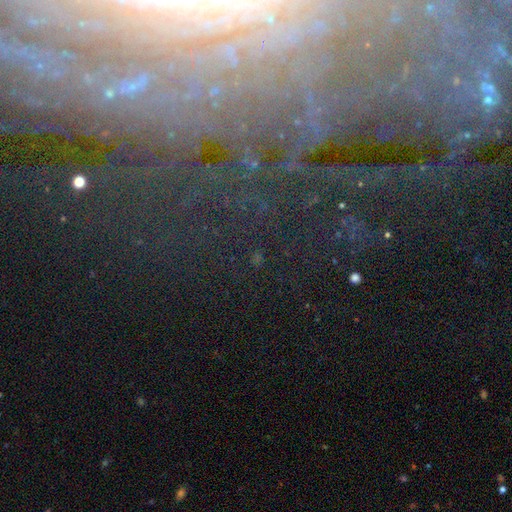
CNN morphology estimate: Smooth or featured: featured or disk — 55% (star or artifact — 31%)
Edge-on disk: no — 84% (yes — 16%)
Merging: none — 77% (minor disturbance — 12%)